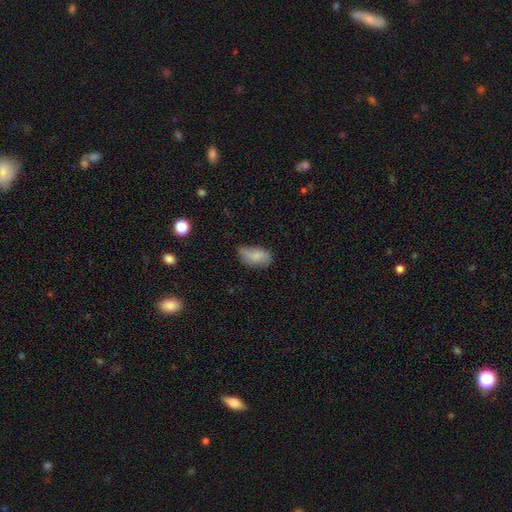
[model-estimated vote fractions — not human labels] A smooth galaxy with no disk features (74%) that is in between round and cigar-shaped (92%). Merging: none (53%).